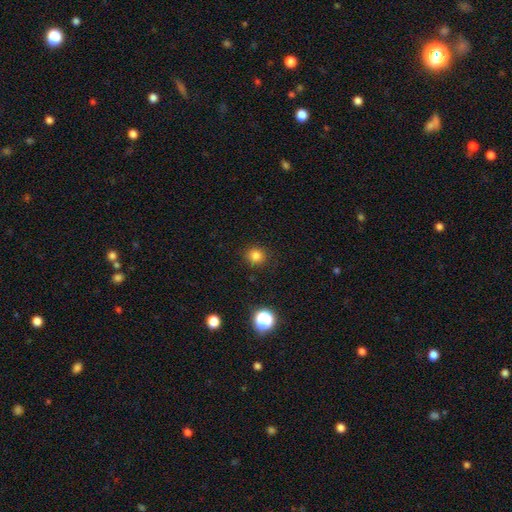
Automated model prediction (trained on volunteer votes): This appears to be a smooth galaxy with no disk features (82%) that is round (90%). Merging: none (89%).